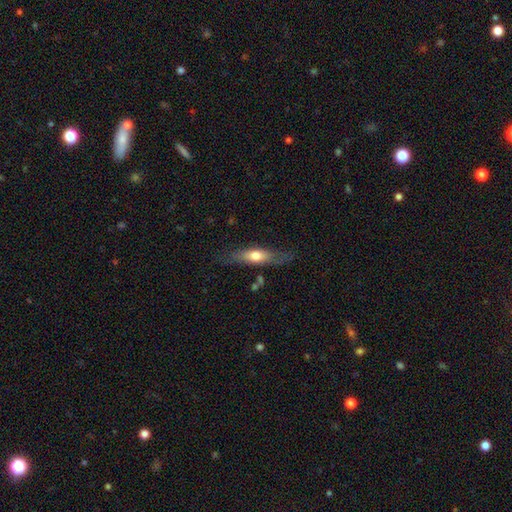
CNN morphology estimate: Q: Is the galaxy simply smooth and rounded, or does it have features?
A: smooth — 55%.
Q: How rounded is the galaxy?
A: cigar-shaped — 57%.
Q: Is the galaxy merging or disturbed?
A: none — 70%.